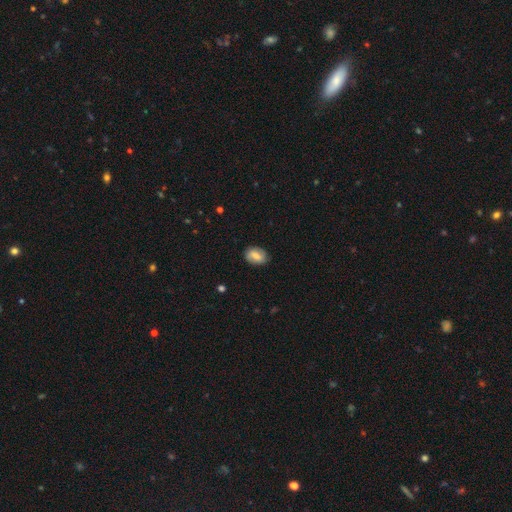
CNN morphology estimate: smooth 67%, featured or disk 25%, star or artifact 8%. Down the decision tree: how rounded — in between (76%); merging — none (84%).